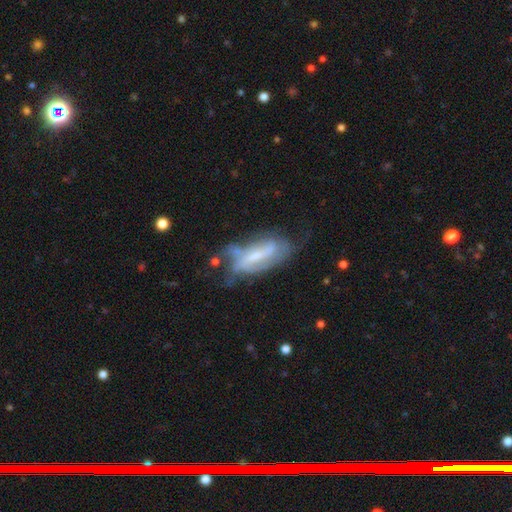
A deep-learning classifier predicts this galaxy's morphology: The model was most divided on "bar": weak: 38%, strong: 37%, no: 25%. Remaining: edge-on disk — no (86%); spiral arms — yes (79%); smooth or featured — featured or disk (71%); bulge size — small (56%); merging — none (45%).